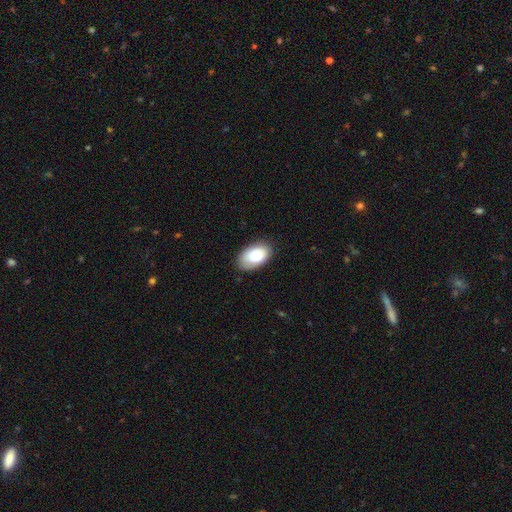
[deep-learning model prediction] Smooth or featured?
  - smooth: 85% *
  - featured or disk: 9%
  - star or artifact: 6%
How rounded?
  - in between: 94% *
  - round: 5%
  - cigar-shaped: 1%
Merging?
  - none: 81% *
  - minor disturbance: 15%
  - major disturbance: 3%
  - merger: 1%